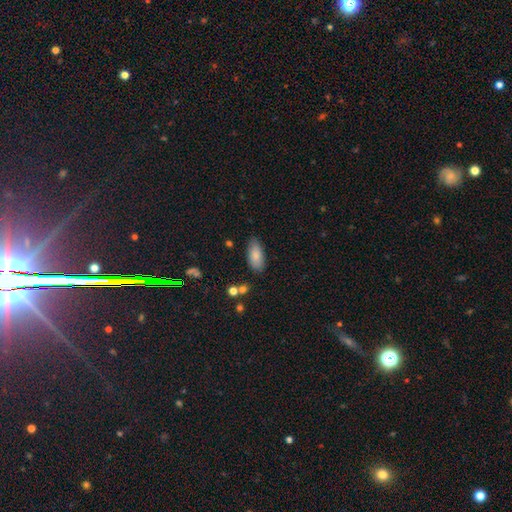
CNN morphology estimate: smooth_or_featured: smooth (p=0.83) [alt: featured or disk p=0.10]
how_rounded: in between (p=0.89) [alt: cigar-shaped p=0.08]
merging: none (p=0.79) [alt: minor disturbance p=0.16]